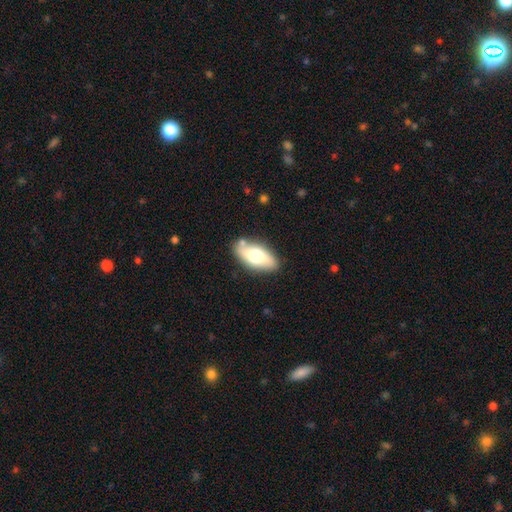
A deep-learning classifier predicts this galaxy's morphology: The model was most divided on "smooth or featured": smooth: 65%, featured or disk: 29%, star or artifact: 6%. More confident: how rounded — in between (88%); merging — none (78%).